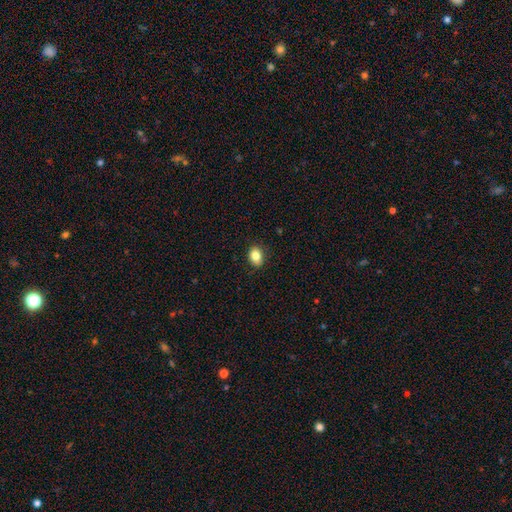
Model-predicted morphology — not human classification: type=smooth (84%); roundness=in between (69%); merging=none (87%).